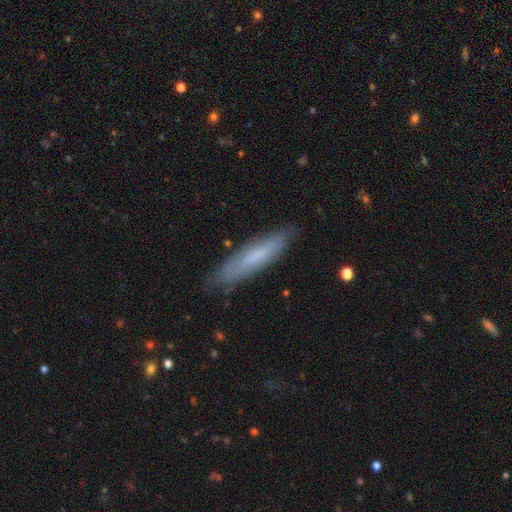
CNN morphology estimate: type=smooth (63%); roundness=cigar-shaped (82%); merging=none (83%).